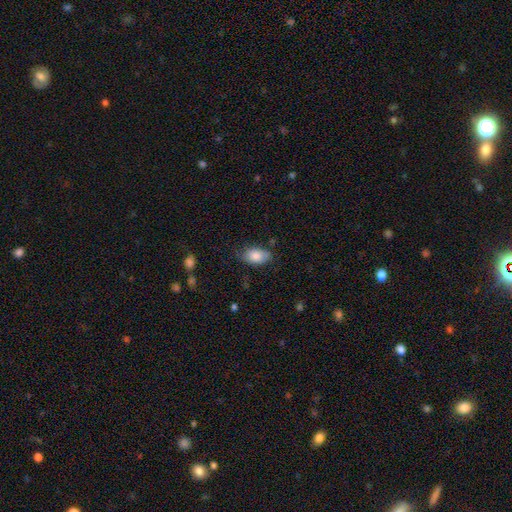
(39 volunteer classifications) Volunteers were most divided on "merging": none: 65%, minor disturbance: 30%, major disturbance: 5%, merger: 0%. More confident: how rounded — in between (97%); smooth or featured — smooth (77%).